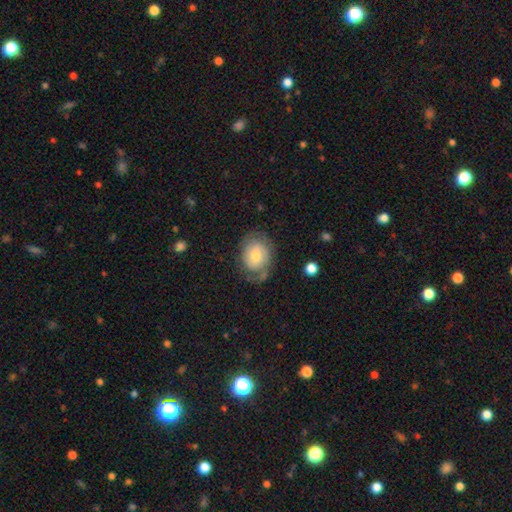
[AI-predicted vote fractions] A featured or disk galaxy (58%) with no bar (65%), spiral arms (82%) and a moderate central bulge (62%).

Vote fractions:
- Smooth or featured? featured or disk: 58% / smooth: 35% / star or artifact: 7%
- Edge-on disk? no: 96% / yes: 4%
- Bar? no: 65% / weak: 30% / strong: 6%
- Spiral arms? yes: 82% / no: 18%
- Bulge size? moderate: 62% / small: 28% / large: 8% / none: 2% / dominant: 1%
- Merging? none: 61% / minor disturbance: 23% / major disturbance: 14% / merger: 2%